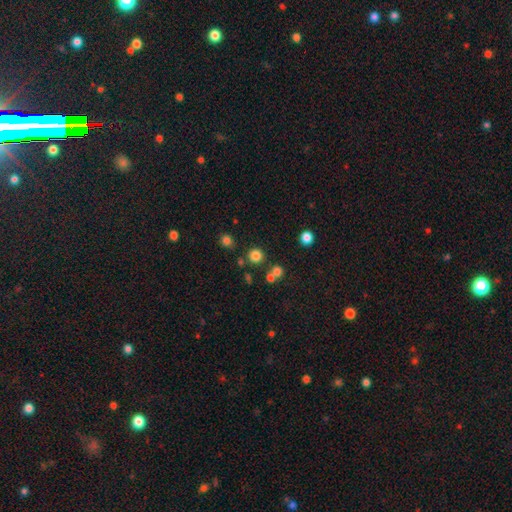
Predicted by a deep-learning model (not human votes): This appears to be a smooth galaxy with no disk features (78%) that is round (92%). Merging: none (78%).